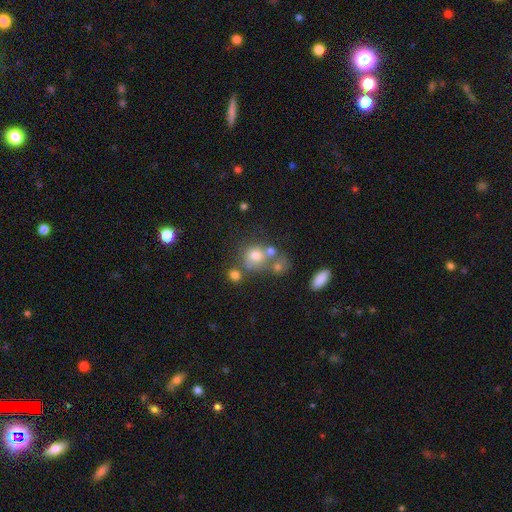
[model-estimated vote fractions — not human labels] Morphology: type=smooth (69%); roundness=round (69%); merging=merger (38%, tied with none).